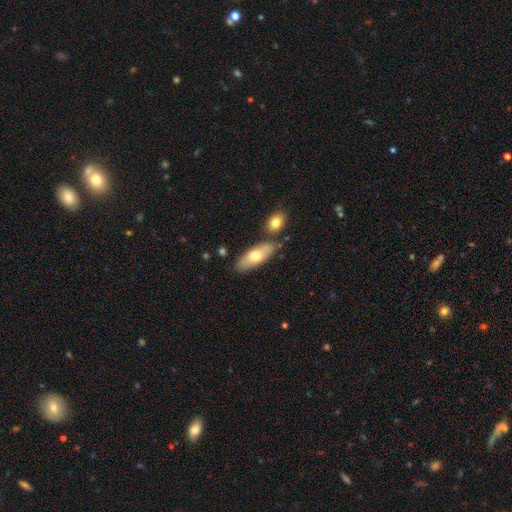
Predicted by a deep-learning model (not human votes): Smooth or featured? Predicted: smooth (p=0.66). How rounded? Predicted: in between (p=0.73). Merging? Predicted: none (p=0.73).